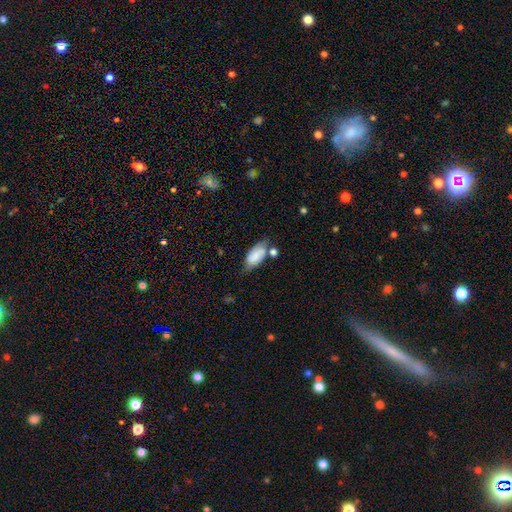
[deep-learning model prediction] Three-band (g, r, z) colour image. It shows a smooth galaxy with no disk features (61%) that is in between round and cigar-shaped (91%). Merging: none (49%).